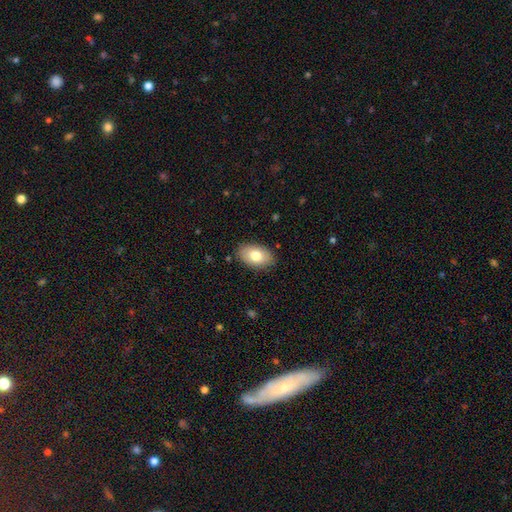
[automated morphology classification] Smooth or featured? Predicted: smooth (p=0.78). How rounded? Predicted: in between (p=0.92). Merging? Predicted: none (p=0.86).